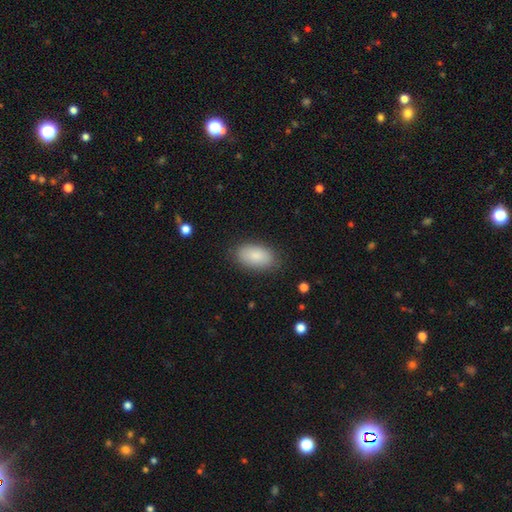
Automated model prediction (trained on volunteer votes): Morphology: type=smooth (86%); roundness=in between (94%); merging=none (84%).